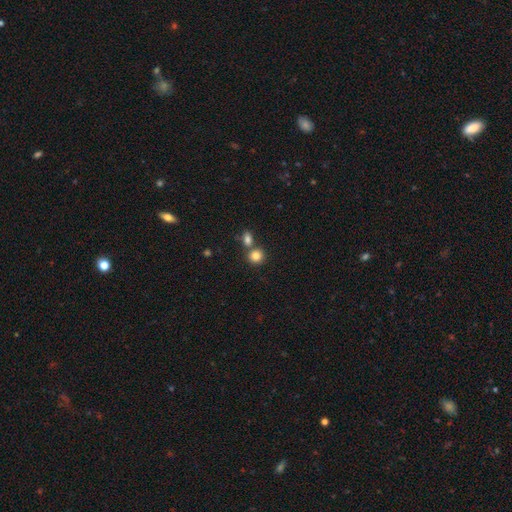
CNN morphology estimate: Overall: smooth (83%). How rounded: round (84%). Merging: none (59%; merger 31%).